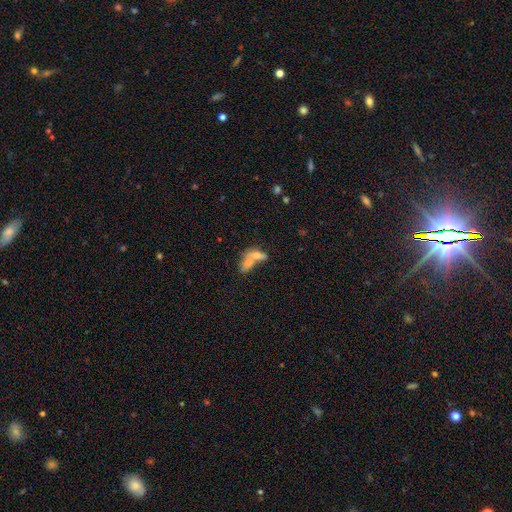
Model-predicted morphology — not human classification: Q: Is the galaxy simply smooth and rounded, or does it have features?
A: smooth — 60%.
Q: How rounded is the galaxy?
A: in between — 75%.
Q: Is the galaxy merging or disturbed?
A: merger — 66%.